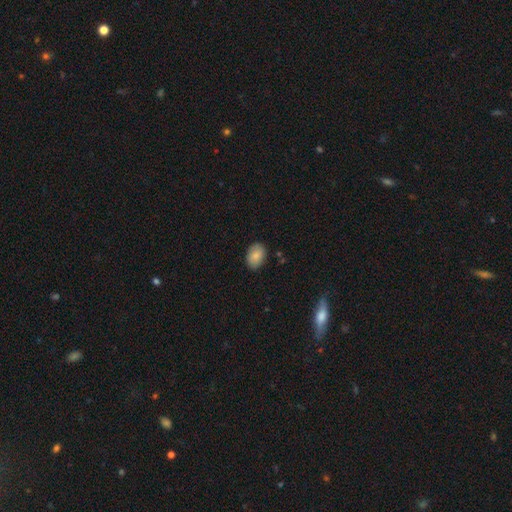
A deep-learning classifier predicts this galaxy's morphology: Smooth or featured?
  - smooth: 86% *
  - featured or disk: 7%
  - star or artifact: 7%
How rounded?
  - in between: 84% *
  - round: 15%
  - cigar-shaped: 1%
Merging?
  - none: 85% *
  - minor disturbance: 12%
  - major disturbance: 2%
  - merger: 1%